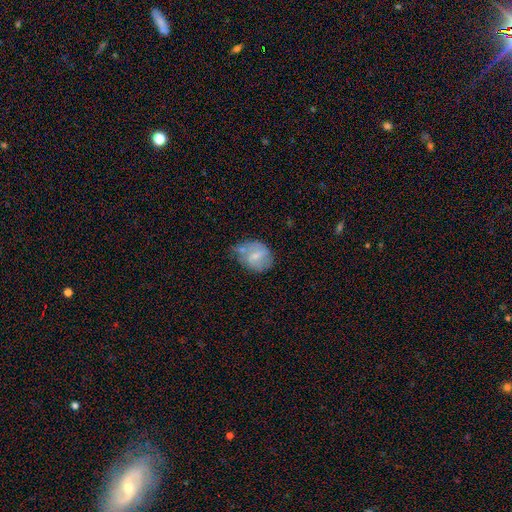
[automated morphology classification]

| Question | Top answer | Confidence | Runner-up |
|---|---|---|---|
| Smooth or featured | smooth | 54% | featured or disk (39%) |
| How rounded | round | 53% | in between (45%) |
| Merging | none | 43% | minor disturbance (34%) |